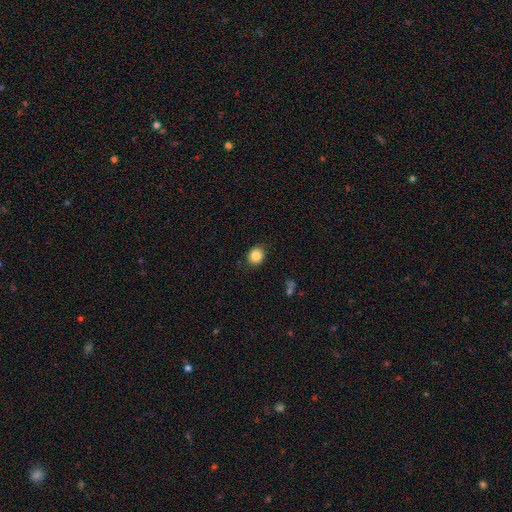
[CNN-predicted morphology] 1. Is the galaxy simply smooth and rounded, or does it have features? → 86% smooth, 9% star or artifact, 5% featured or disk.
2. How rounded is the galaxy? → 77% round, 22% in between, 1% cigar-shaped.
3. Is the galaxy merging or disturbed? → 87% none, 9% minor disturbance, 3% major disturbance, 1% merger.